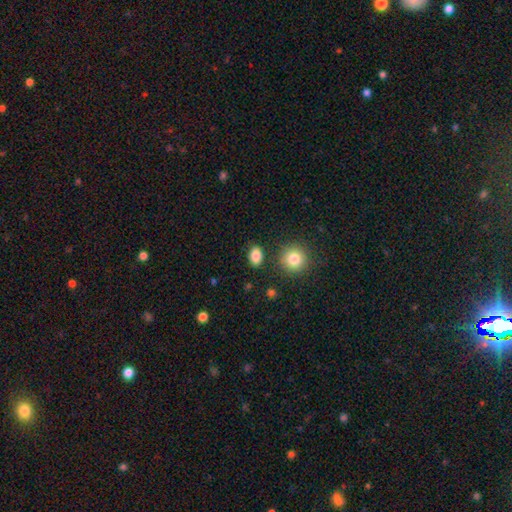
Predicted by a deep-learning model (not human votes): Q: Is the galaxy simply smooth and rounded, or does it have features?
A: smooth — 85%.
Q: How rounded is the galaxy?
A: in between — 76%.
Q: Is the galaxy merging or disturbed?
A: none — 84%.